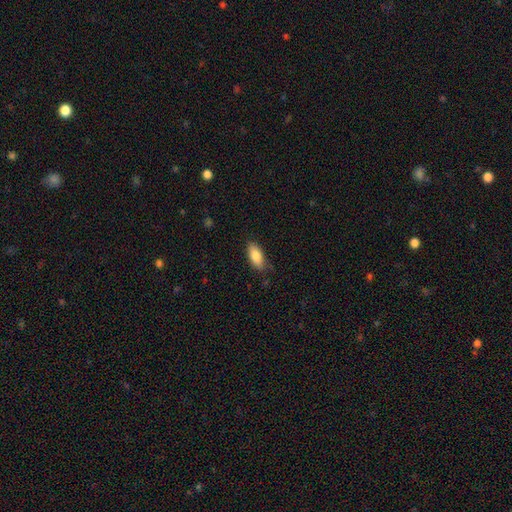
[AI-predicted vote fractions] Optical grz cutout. It shows a smooth galaxy with no disk features (83%) that is in between round and cigar-shaped (84%). Merging: none (80%).